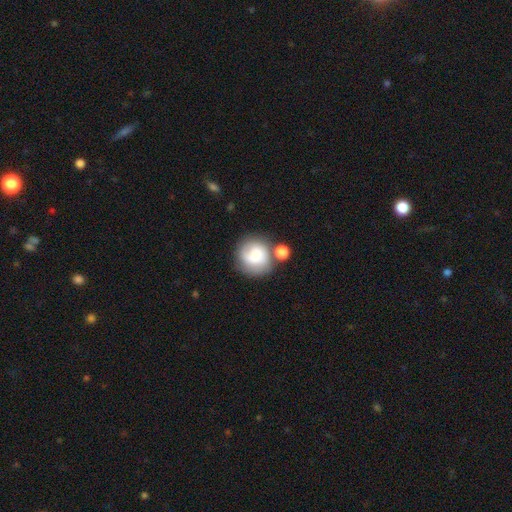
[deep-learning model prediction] The model was most divided on "merging": none: 49%, merger: 23%, minor disturbance: 18%, major disturbance: 10%. More confident: how rounded — round (86%); smooth or featured — smooth (68%).